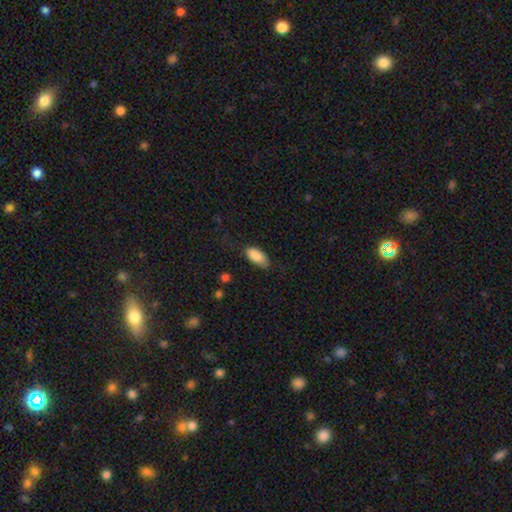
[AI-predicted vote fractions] Smooth or featured? Predicted: smooth (p=0.87). How rounded? Predicted: in between (p=0.91). Merging? Predicted: none (p=0.69).